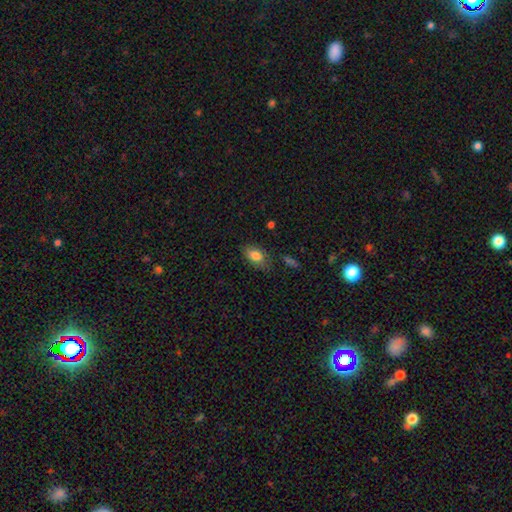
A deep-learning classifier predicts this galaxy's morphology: A smooth galaxy with no disk features (81%) that is in between round and cigar-shaped (90%). Merging: none (73%).